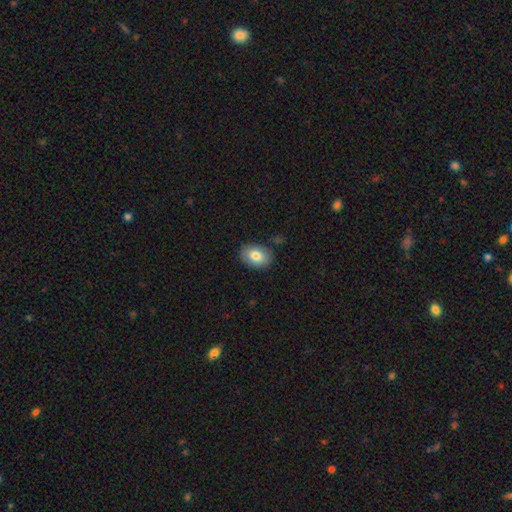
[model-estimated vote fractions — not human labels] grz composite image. It shows a smooth galaxy with no disk features (81%) that is in between round and cigar-shaped (81%). Merging: none (86%).